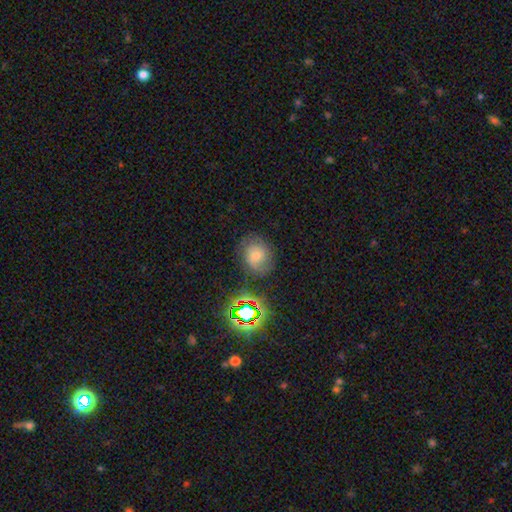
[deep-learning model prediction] This appears to be a smooth galaxy with no disk features (39%). Merging: none (74%).